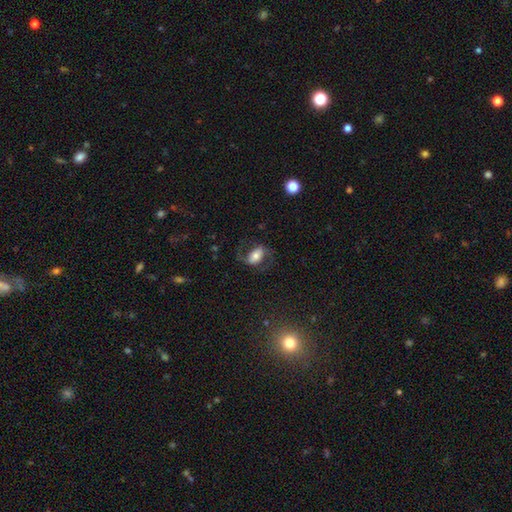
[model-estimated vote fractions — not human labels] Smooth or featured: featured or disk — 47% (smooth — 44%)
Merging: none — 64% (minor disturbance — 18%)